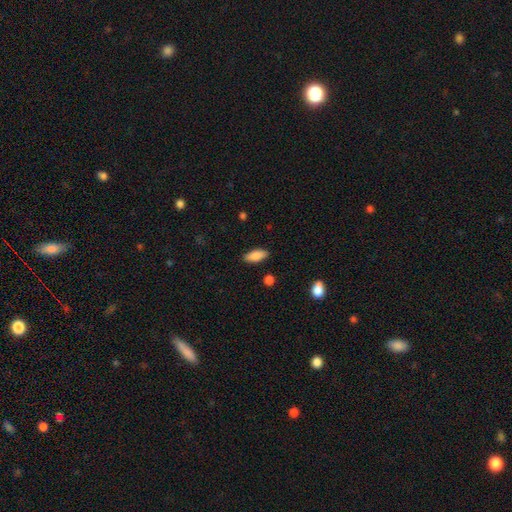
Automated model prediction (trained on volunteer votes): Morphology: type=smooth (85%); roundness=in between (80%); merging=none (87%).